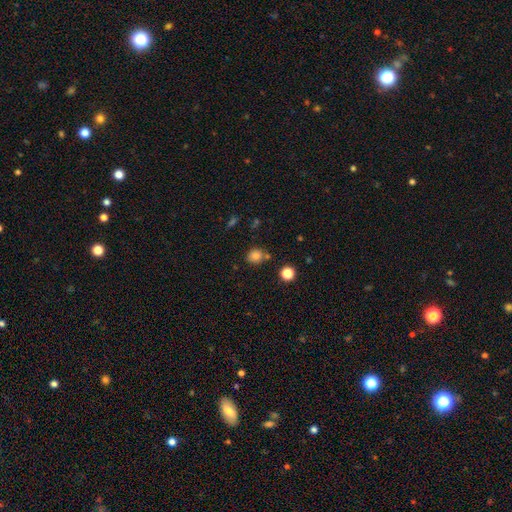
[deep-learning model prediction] A smooth galaxy with no disk features (80%) that is round (78%). Merging: none (72%).